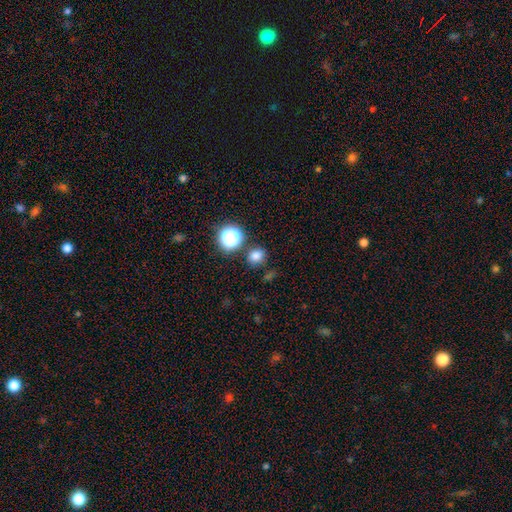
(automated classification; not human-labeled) Smooth or featured: smooth — 76% (star or artifact — 19%)
How rounded: round — 78% (in between — 21%)
Merging: none — 80% (minor disturbance — 10%)